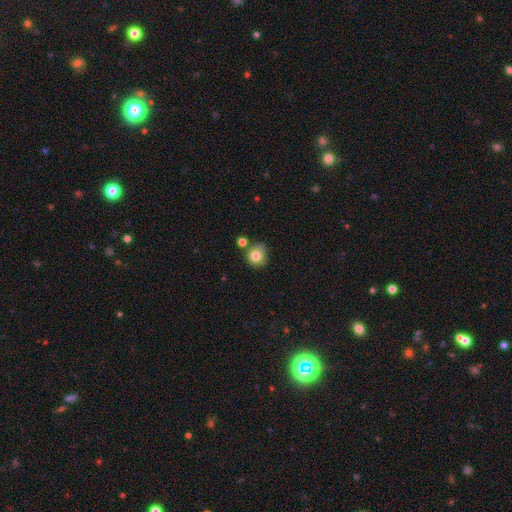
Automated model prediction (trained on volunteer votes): smooth 80%, star or artifact 10%, featured or disk 9%. Down the decision tree: how rounded — round (84%); merging — none (66%).